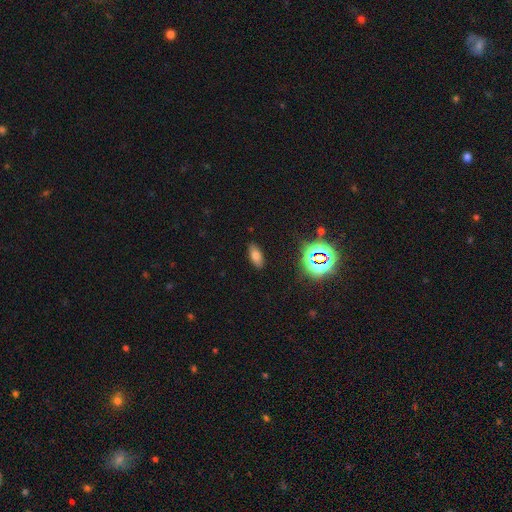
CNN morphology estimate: This appears to be a smooth galaxy with no disk features (71%) that is in between round and cigar-shaped (86%). Merging: none (87%).